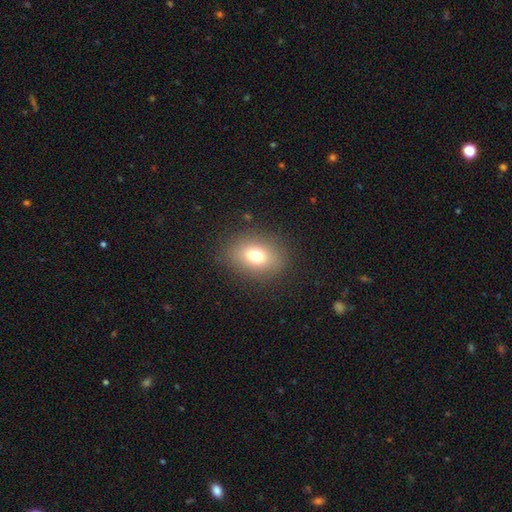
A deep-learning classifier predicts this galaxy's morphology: type=smooth (74%); roundness=in between (58%); merging=none (85%).